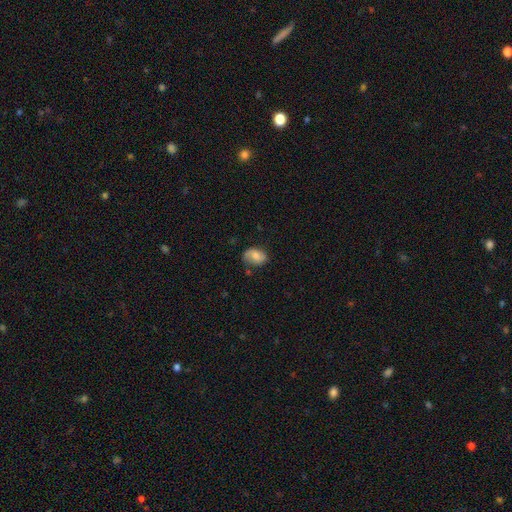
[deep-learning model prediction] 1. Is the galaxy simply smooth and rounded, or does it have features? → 54% smooth, 38% featured or disk, 8% star or artifact.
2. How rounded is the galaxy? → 71% in between, 28% round, 1% cigar-shaped.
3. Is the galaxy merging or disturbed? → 61% none, 28% minor disturbance, 9% major disturbance, 3% merger.